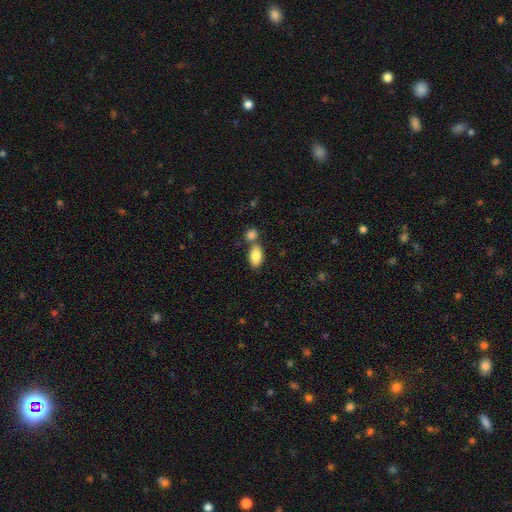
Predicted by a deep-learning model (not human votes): Smooth or featured? smooth (84%)
How rounded? in between (91%)
Merging? none (54%)